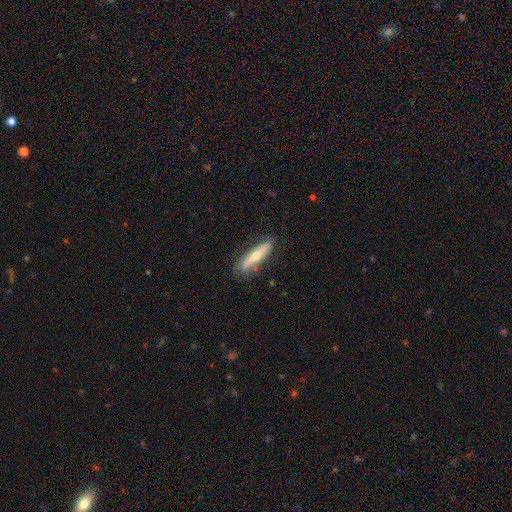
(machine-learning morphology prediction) type=smooth (49%); merging=none (78%).